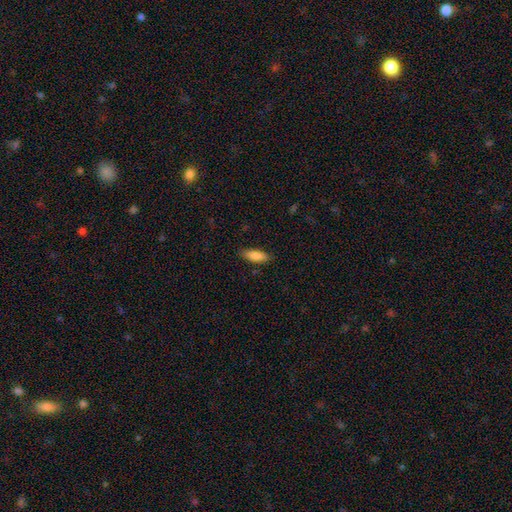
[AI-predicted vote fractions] This appears to be a smooth galaxy with no disk features (85%) that is in between round and cigar-shaped (64%). Merging: none (86%).